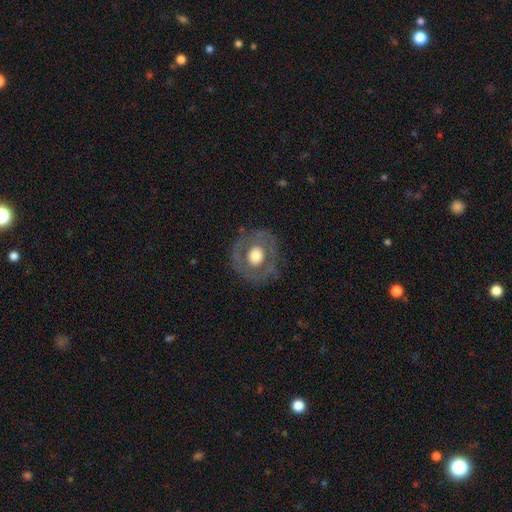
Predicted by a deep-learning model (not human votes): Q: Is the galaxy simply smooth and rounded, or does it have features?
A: featured or disk — 50%.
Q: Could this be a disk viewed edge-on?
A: no — 95%.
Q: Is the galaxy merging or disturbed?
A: none — 75%.